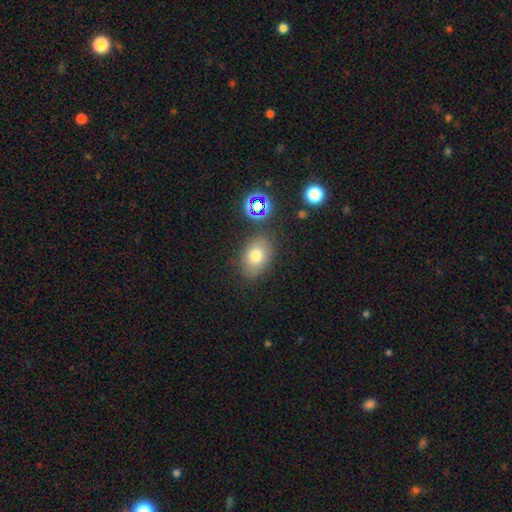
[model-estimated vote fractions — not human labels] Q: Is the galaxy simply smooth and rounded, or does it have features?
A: smooth — 74%.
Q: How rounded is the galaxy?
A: in between — 76%.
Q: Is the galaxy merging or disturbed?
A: none — 78%.